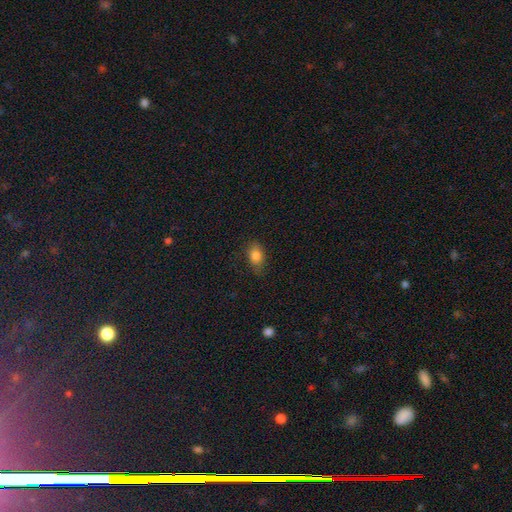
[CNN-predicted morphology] A smooth galaxy with no disk features (82%) that is in between round and cigar-shaped (82%). Merging: none (78%).